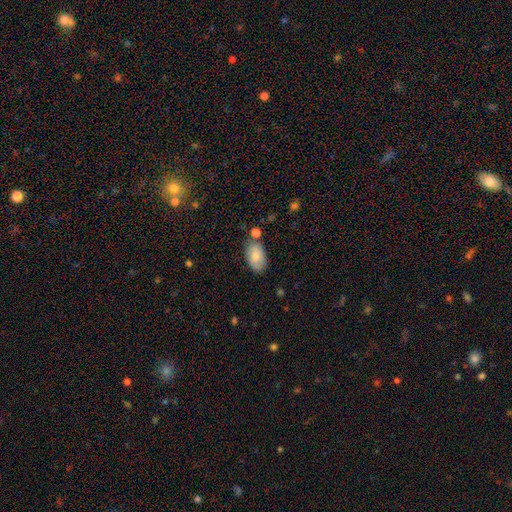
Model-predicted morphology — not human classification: Q: Smooth or featured?
A: smooth (82%); runner-up: featured or disk (12%)
Q: How rounded?
A: in between (94%); runner-up: round (5%)
Q: Merging?
A: none (73%); runner-up: minor disturbance (16%)